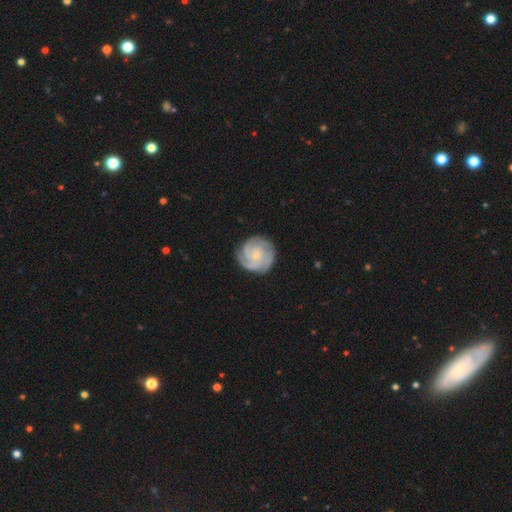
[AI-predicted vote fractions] A featured or disk galaxy (82%) with no bar (78%), 3 (41%) tight (71%) spiral arms (96%) and a small central bulge (75%).

Vote fractions:
- Smooth or featured? featured or disk: 82% / smooth: 13% / star or artifact: 5%
- Edge-on disk? no: 98% / yes: 2%
- Bar? no: 78% / weak: 19% / strong: 3%
- Spiral arms? yes: 96% / no: 4%
- Spiral winding? tight: 71% / medium: 25% / loose: 4%
- Spiral arm count? 3: 41% / can't tell: 18% / 4: 15% / 2: 14% / 1: 6% / more than 4: 6%
- Bulge size? small: 75% / moderate: 20% / none: 3% / large: 1% / dominant: 1%
- Merging? none: 81% / minor disturbance: 14% / major disturbance: 4% / merger: 1%